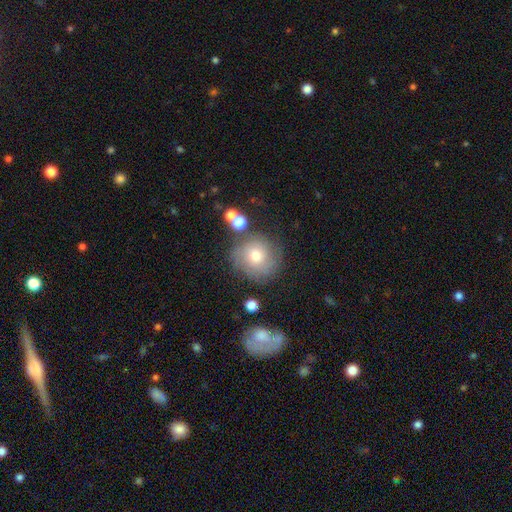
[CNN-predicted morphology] This is possibly a smooth galaxy (57%). How rounded: clearly round (90%). Merging: likely none (69%).